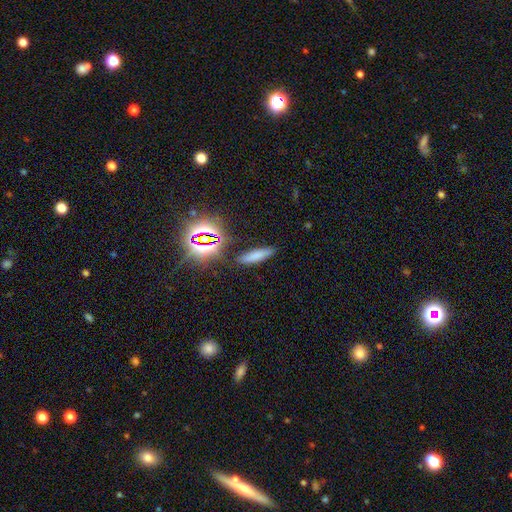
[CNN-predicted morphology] The model was most divided on "how rounded": cigar-shaped: 73%, in between: 23%, round: 4%. More confident: merging — none (85%); smooth or featured — smooth (70%).